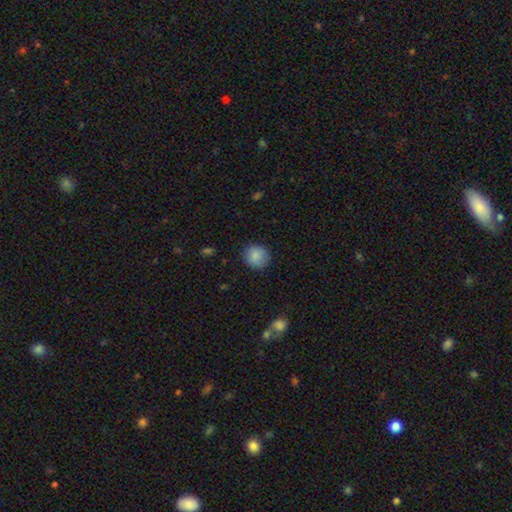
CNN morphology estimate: A smooth galaxy with no disk features (87%) that is round (90%).

Vote fractions:
- Smooth or featured? smooth: 87% / star or artifact: 8% / featured or disk: 5%
- How rounded? round: 90% / in between: 9% / cigar-shaped: 1%
- Merging? none: 87% / minor disturbance: 10% / major disturbance: 3% / merger: 1%